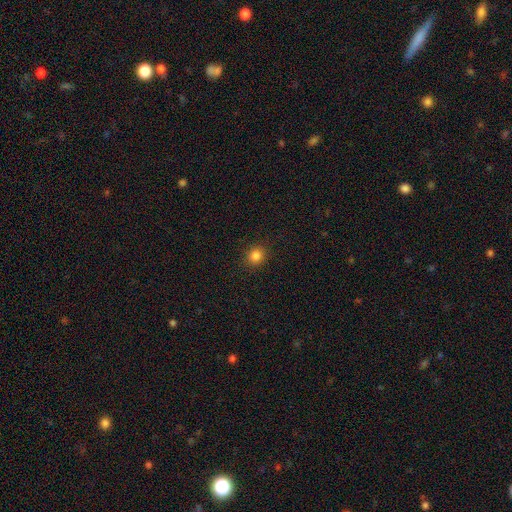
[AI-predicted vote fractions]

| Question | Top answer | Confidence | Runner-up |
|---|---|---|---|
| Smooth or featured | smooth | 83% | star or artifact (12%) |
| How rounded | round | 86% | in between (14%) |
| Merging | none | 91% | minor disturbance (6%) |